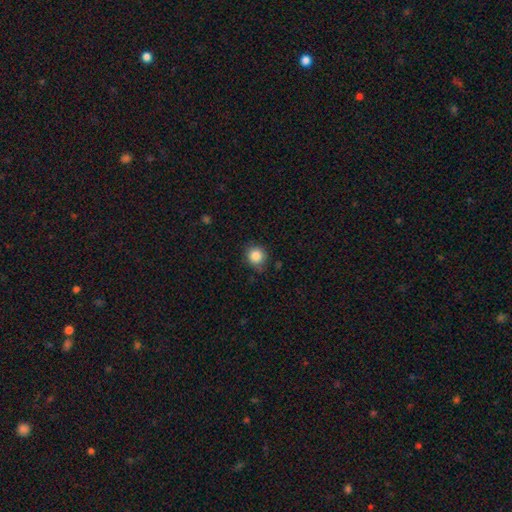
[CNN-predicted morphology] Overall: smooth (86%). How rounded: round (89%). Merging: none (81%).